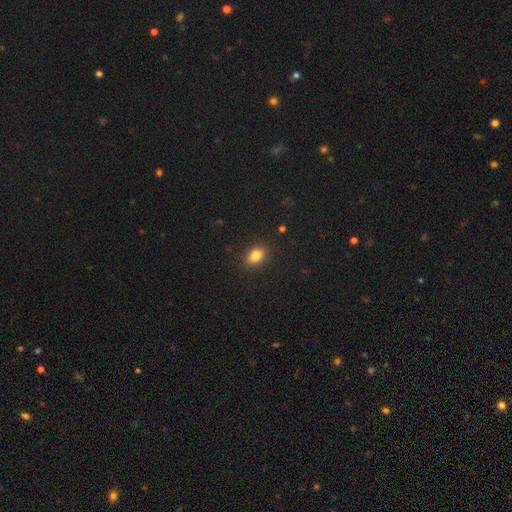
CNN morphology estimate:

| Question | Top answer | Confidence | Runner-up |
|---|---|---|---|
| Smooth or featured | smooth | 84% | star or artifact (10%) |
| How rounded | in between | 77% | round (21%) |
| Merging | none | 88% | minor disturbance (9%) |